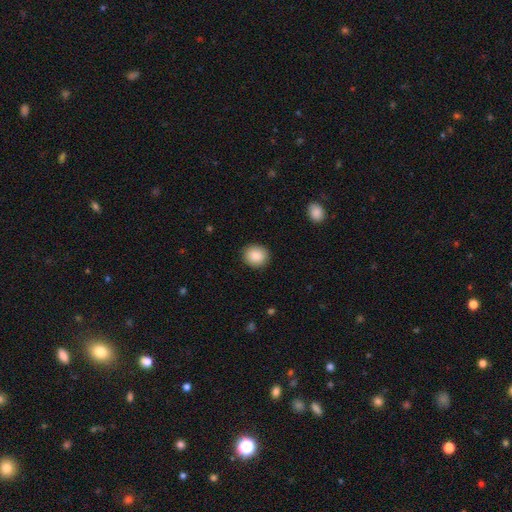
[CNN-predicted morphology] smooth-or-featured: smooth: 87% | star or artifact: 8% | featured or disk: 5%
  how-rounded: round: 78% | in between: 21% | cigar-shaped: 1%
  merging: none: 90% | minor disturbance: 7% | major disturbance: 2% | merger: 1%